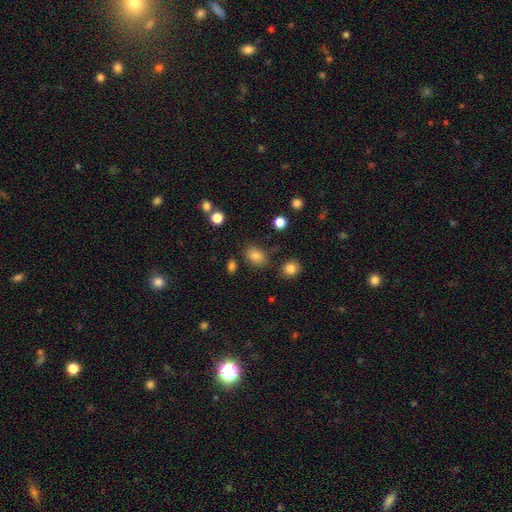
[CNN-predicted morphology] Smooth or featured: smooth — 83% (star or artifact — 12%)
How rounded: in between — 79% (round — 19%)
Merging: none — 77% (minor disturbance — 14%)